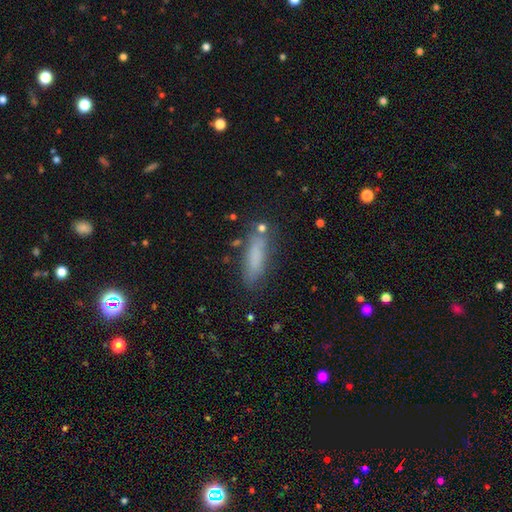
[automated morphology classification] smooth_or_featured: smooth (p=0.75) [alt: featured or disk p=0.15]
how_rounded: cigar-shaped (p=0.62) [alt: in between p=0.36]
merging: none (p=0.75) [alt: minor disturbance p=0.16]